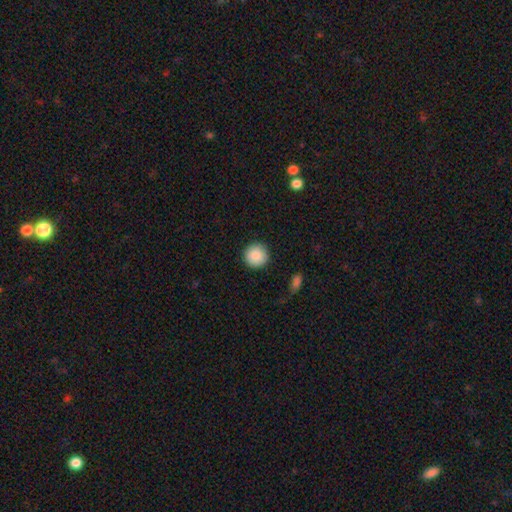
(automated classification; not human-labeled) This appears to be a smooth galaxy with no disk features (87%) that is round (95%). Merging: none (91%).